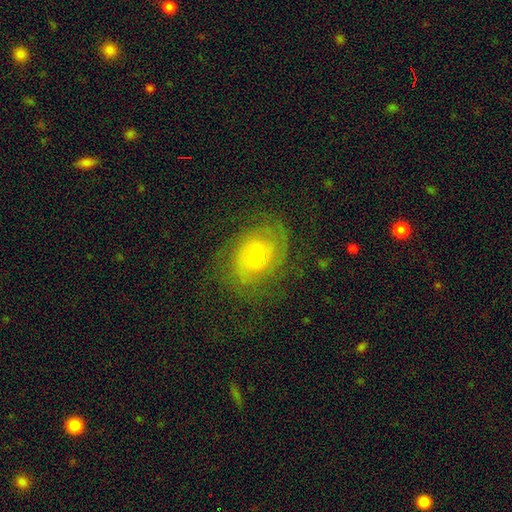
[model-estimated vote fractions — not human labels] smooth-or-featured: featured or disk: 70% | smooth: 21% | star or artifact: 9%
  disk-edge-on: no: 96% | yes: 4%
    bar: no: 61% | weak: 33% | strong: 6%
    has-spiral-arms: yes: 88% | no: 12%
      spiral-winding: tight: 52% | medium: 35% | loose: 13%
      spiral-arm-count: 2: 42% | can't tell: 32% | 3: 11% | 1: 6% | 4: 5% | more than 4: 4%
    bulge-size: moderate: 54% | small: 39% | large: 4% | none: 1% | dominant: 1%
  merging: none: 71% | minor disturbance: 17% | major disturbance: 10% | merger: 1%